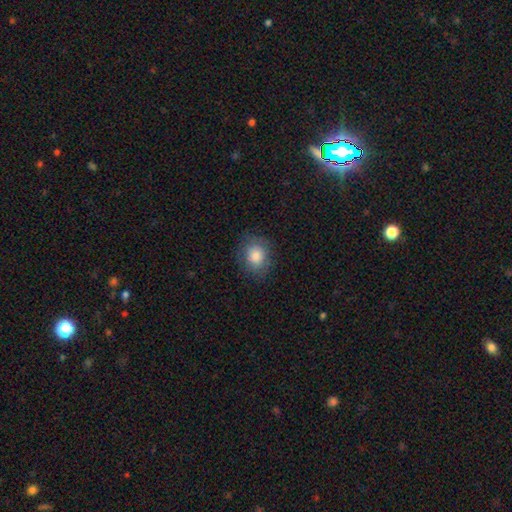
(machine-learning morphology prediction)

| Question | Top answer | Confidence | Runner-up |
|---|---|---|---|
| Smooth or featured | smooth | 82% | star or artifact (9%) |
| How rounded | round | 67% | in between (32%) |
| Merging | none | 81% | minor disturbance (13%) |